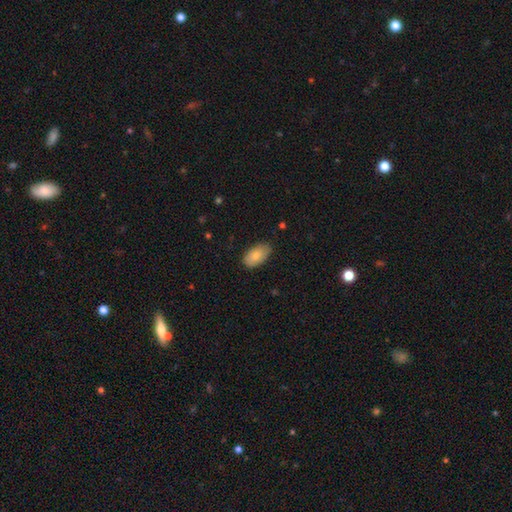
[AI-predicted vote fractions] This is likely a smooth galaxy (79%). How rounded: clearly in between (94%). Merging: clearly none (80%).